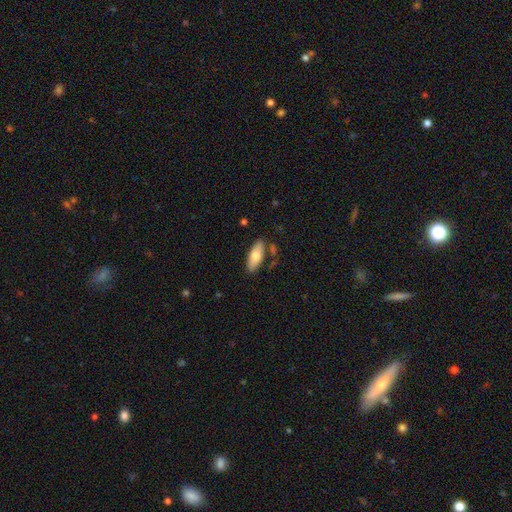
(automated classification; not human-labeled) smooth 73%, featured or disk 21%, star or artifact 6%. Down the decision tree: how rounded — in between (75%); merging — none (79%).